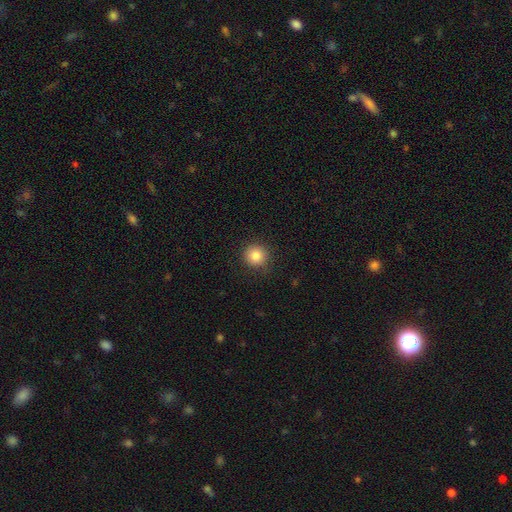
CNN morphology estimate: This appears to be a smooth galaxy with no disk features (84%) that is round (93%). Merging: none (89%).